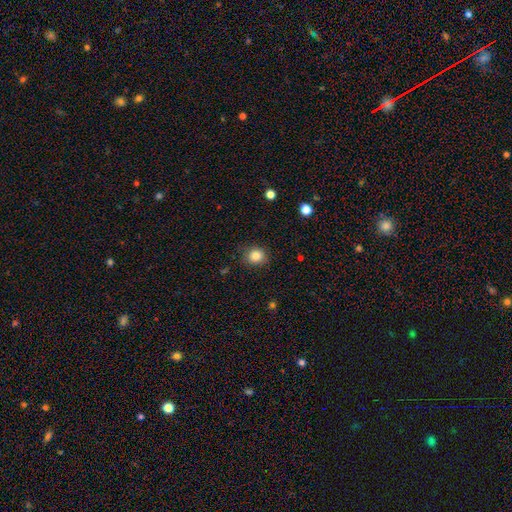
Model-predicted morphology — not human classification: This appears to be a smooth galaxy with no disk features (85%) that is round (77%). Merging: none (82%).